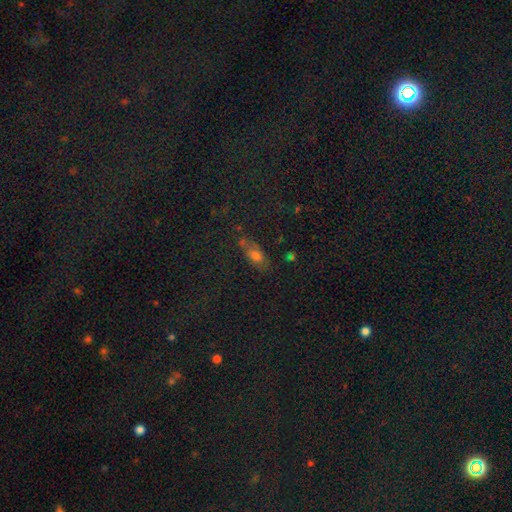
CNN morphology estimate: Smooth or featured? smooth (62%)
How rounded? in between (77%)
Merging? none (62%)